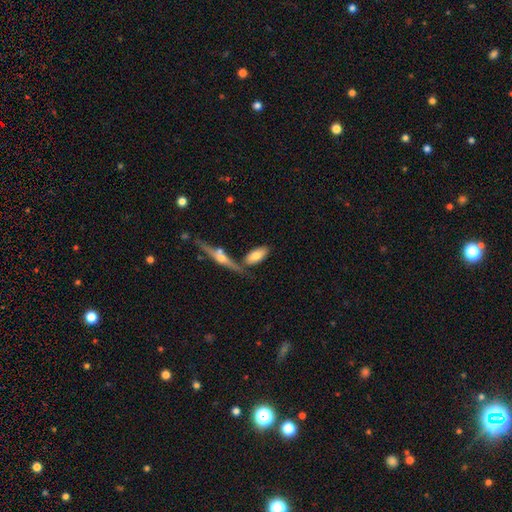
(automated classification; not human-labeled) The model was most divided on "merging": none: 62%, merger: 18%, minor disturbance: 15%, major disturbance: 4%. More confident: how rounded — in between (86%); smooth or featured — smooth (71%).